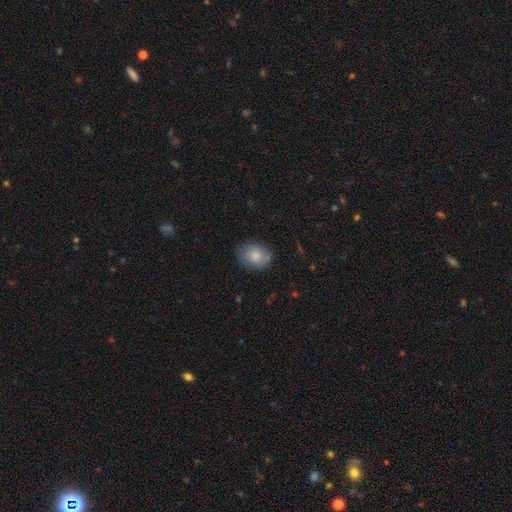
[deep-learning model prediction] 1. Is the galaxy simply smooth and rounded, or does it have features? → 81% smooth, 12% featured or disk, 7% star or artifact.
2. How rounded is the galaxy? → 56% in between, 43% round, 1% cigar-shaped.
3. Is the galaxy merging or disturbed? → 74% none, 20% minor disturbance, 4% major disturbance, 2% merger.